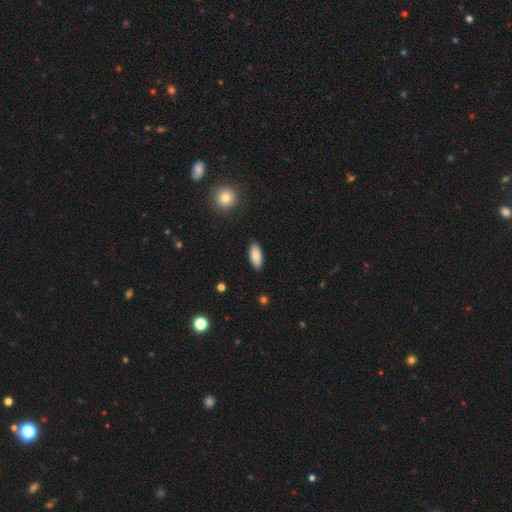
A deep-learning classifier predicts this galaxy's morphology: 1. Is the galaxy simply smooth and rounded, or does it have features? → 84% smooth, 10% featured or disk, 6% star or artifact.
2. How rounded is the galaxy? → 84% in between, 14% cigar-shaped, 2% round.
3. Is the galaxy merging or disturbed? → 89% none, 8% minor disturbance, 2% major disturbance, 1% merger.